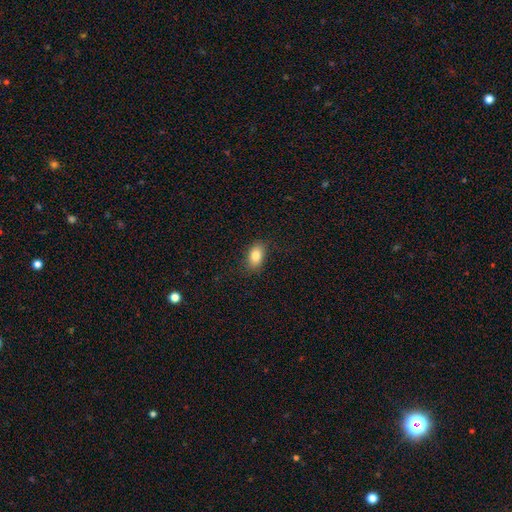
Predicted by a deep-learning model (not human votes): Smooth or featured: smooth — 83% (featured or disk — 9%)
How rounded: in between — 87% (round — 11%)
Merging: none — 85% (minor disturbance — 11%)